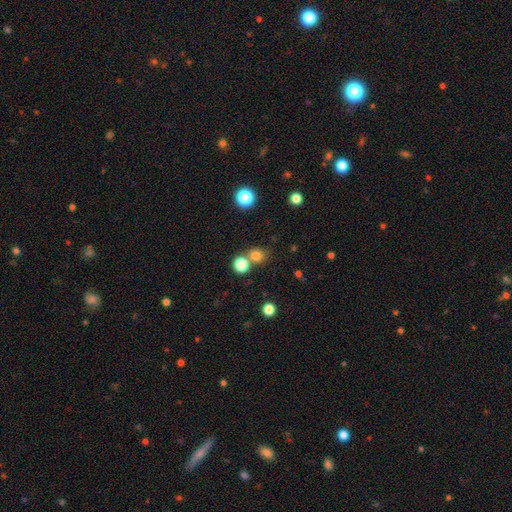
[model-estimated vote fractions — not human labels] smooth-or-featured: smooth: 78% | star or artifact: 16% | featured or disk: 6%
  how-rounded: round: 79% | in between: 20% | cigar-shaped: 1%
  merging: none: 61% | merger: 28% | minor disturbance: 8% | major disturbance: 3%